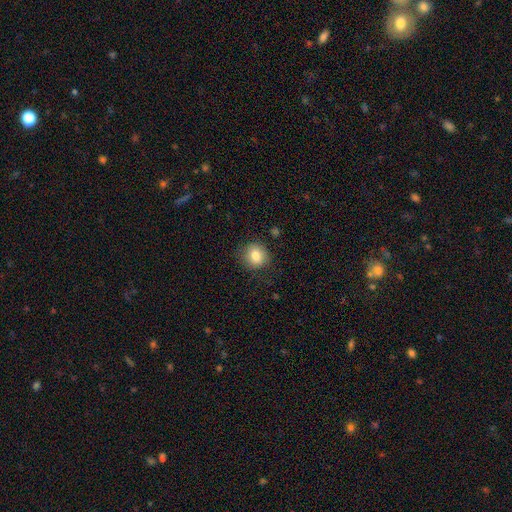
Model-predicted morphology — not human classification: type=smooth (82%); roundness=round (77%); merging=none (82%).